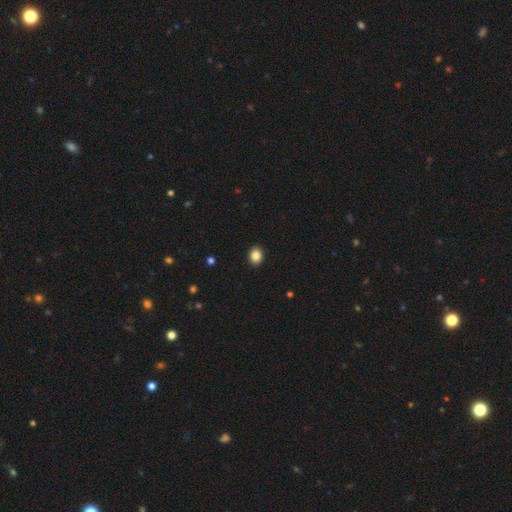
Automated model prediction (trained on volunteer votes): smooth-or-featured: smooth: 86% | star or artifact: 9% | featured or disk: 4%
  how-rounded: round: 52% | in between: 48% | cigar-shaped: 1%
  merging: none: 92% | minor disturbance: 6% | major disturbance: 2% | merger: 1%